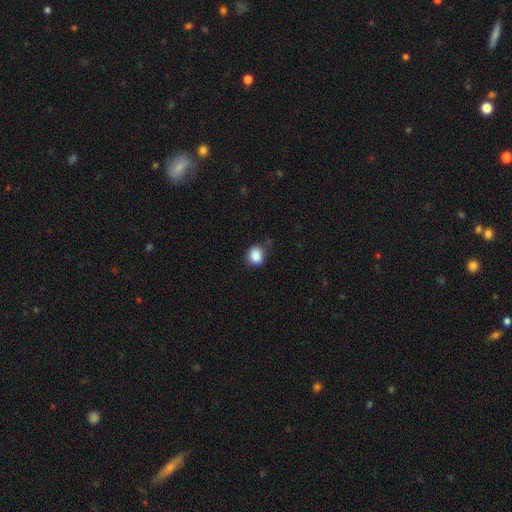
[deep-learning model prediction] Smooth or featured? smooth (86%)
How rounded? round (70%)
Merging? none (73%)